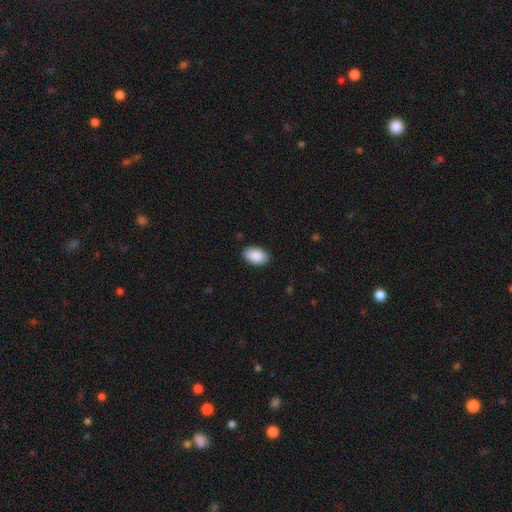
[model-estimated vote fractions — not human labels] This appears to be a smooth galaxy with no disk features (90%) that is in between round and cigar-shaped (93%). Merging: none (88%).